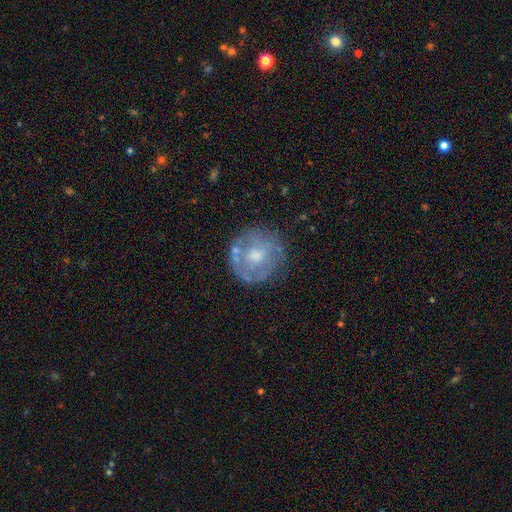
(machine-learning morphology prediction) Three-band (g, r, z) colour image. It shows a featured or disk galaxy (58%) with no bar (76%), no spiral arms (58%) and a moderate central bulge (63%). Merging: none (70%).